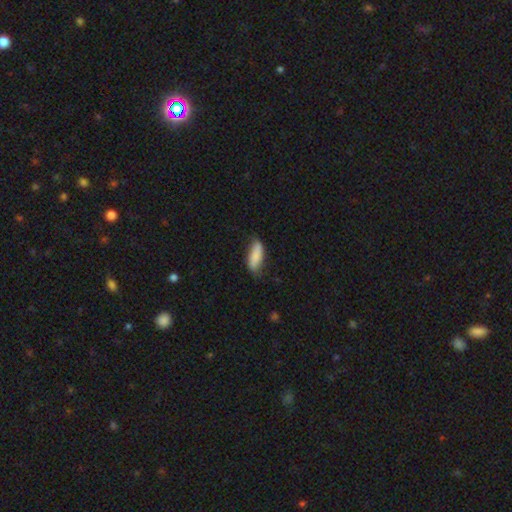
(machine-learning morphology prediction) This is clearly a smooth galaxy (83%). How rounded: likely in between (65%). Merging: likely none (65%).